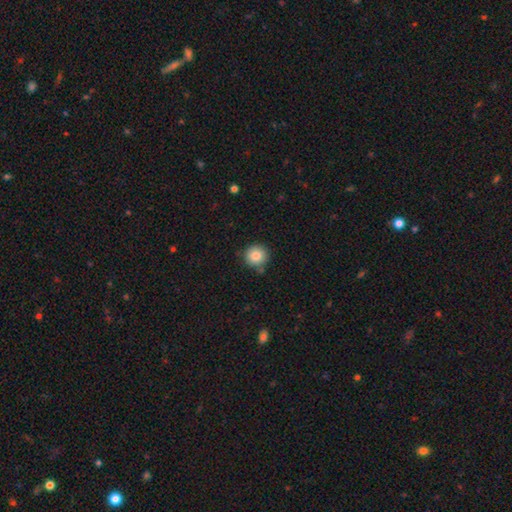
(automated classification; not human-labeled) This appears to be a smooth galaxy with no disk features (85%) that is round (94%). Merging: none (83%).